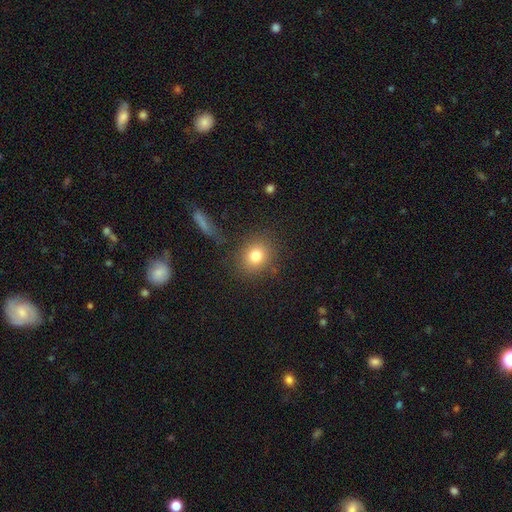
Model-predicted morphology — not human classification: smooth 80%, star or artifact 11%, featured or disk 9%. Down the decision tree: how rounded — round (71%); merging — none (82%).